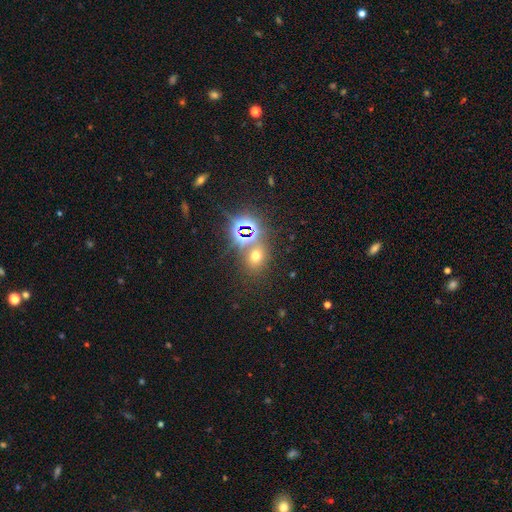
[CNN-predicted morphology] Smooth or featured? smooth (48%)
Merging? none (69%)